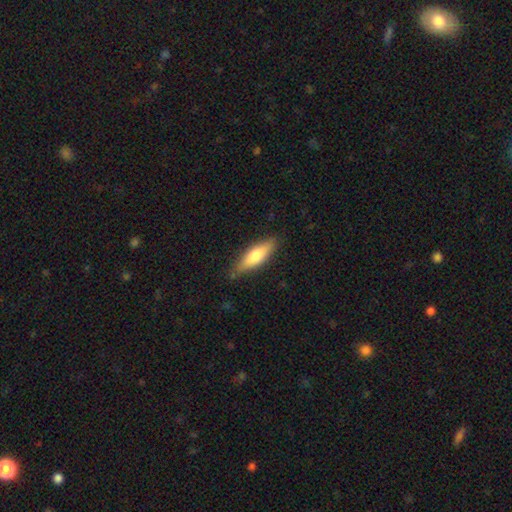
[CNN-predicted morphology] Q: Smooth or featured?
A: smooth (67%); runner-up: featured or disk (27%)
Q: How rounded?
A: cigar-shaped (54%); runner-up: in between (44%)
Q: Merging?
A: none (81%); runner-up: minor disturbance (15%)